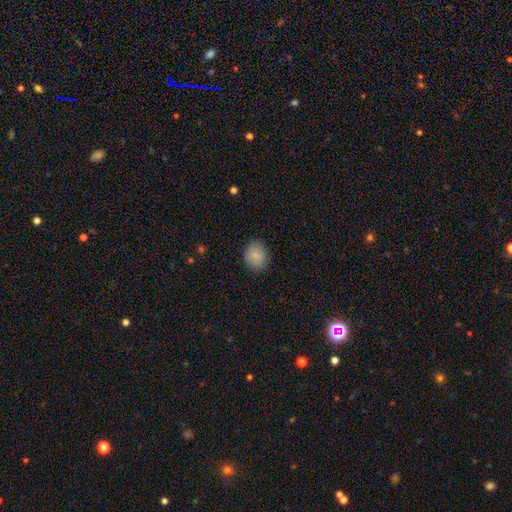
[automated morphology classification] This appears to be a smooth galaxy with no disk features (86%) that is round (59%). Merging: none (86%).